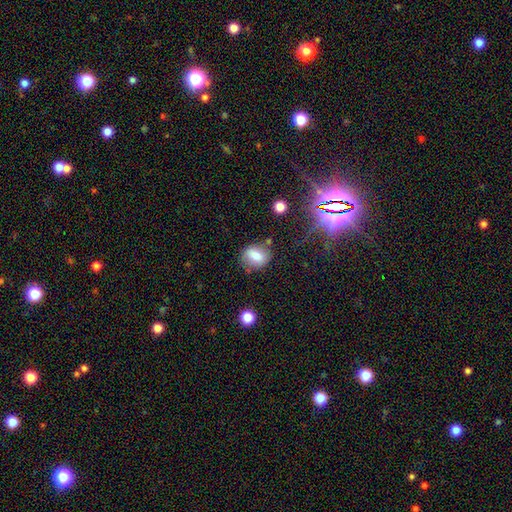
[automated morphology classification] Smooth or featured?
  - smooth: 69% *
  - featured or disk: 19%
  - star or artifact: 12%
How rounded?
  - round: 58% *
  - in between: 41%
  - cigar-shaped: 2%
Merging?
  - none: 75% *
  - minor disturbance: 15%
  - merger: 6%
  - major disturbance: 4%